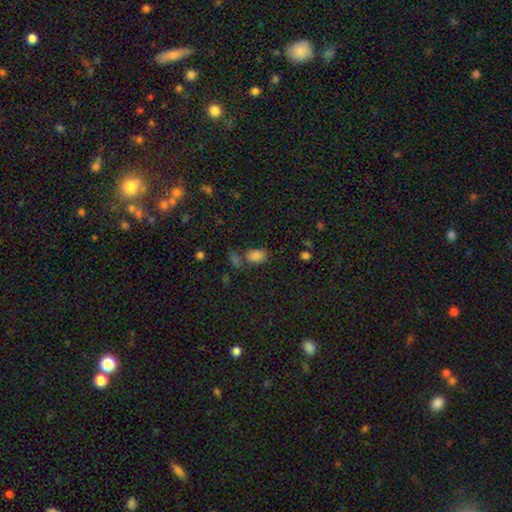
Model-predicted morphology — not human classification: smooth 78%, star or artifact 15%, featured or disk 7%. Down the decision tree: how rounded — in between (83%); merging — none (61%).